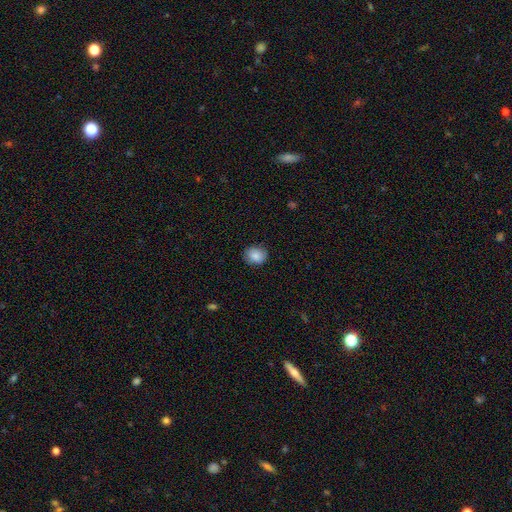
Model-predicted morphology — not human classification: Smooth or featured: smooth — 85% (star or artifact — 8%)
How rounded: round — 61% (in between — 38%)
Merging: none — 83% (minor disturbance — 13%)